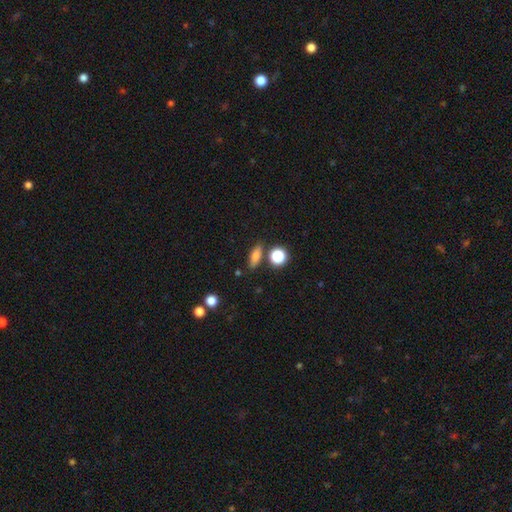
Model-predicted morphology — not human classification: Smooth or featured: smooth — 74% (featured or disk — 14%)
How rounded: in between — 57% (cigar-shaped — 29%)
Merging: none — 80% (minor disturbance — 11%)